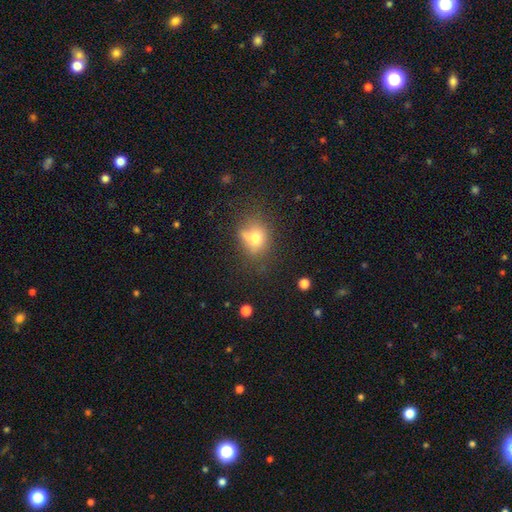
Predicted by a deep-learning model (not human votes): Q: Smooth or featured?
A: smooth (65%); runner-up: star or artifact (26%)
Q: How rounded?
A: round (60%); runner-up: in between (38%)
Q: Merging?
A: none (81%); runner-up: minor disturbance (12%)